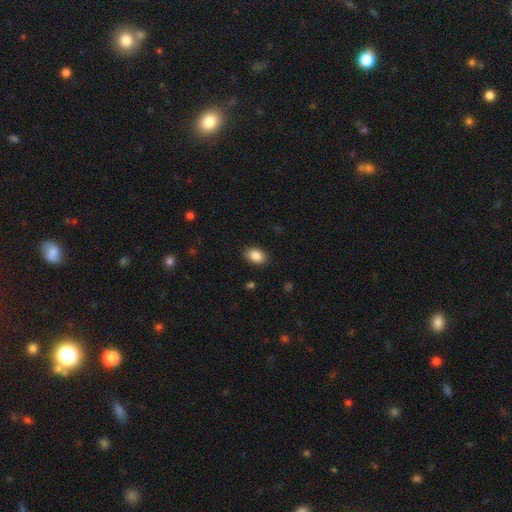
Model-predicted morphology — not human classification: type=smooth (89%); roundness=in between (87%); merging=none (88%).